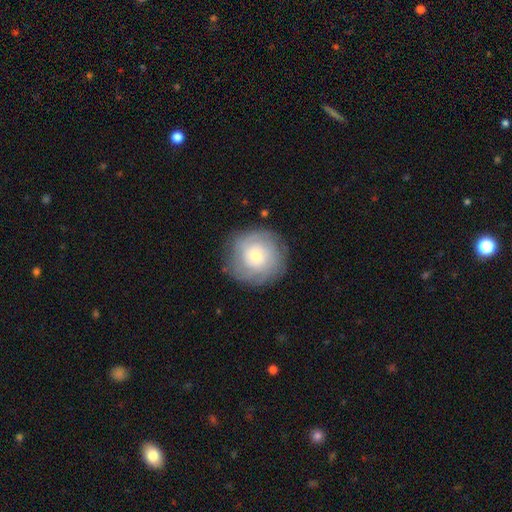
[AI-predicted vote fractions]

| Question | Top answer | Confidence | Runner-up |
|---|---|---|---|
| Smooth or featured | featured or disk | 51% | smooth (41%) |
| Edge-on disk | no | 97% | yes (3%) |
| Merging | none | 82% | minor disturbance (12%) |